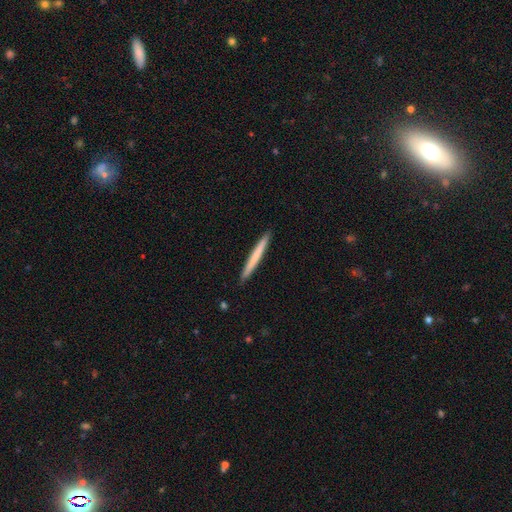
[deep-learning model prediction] Smooth or featured? Predicted: smooth (p=0.66). How rounded? Predicted: cigar-shaped (p=0.97). Merging? Predicted: none (p=0.93).